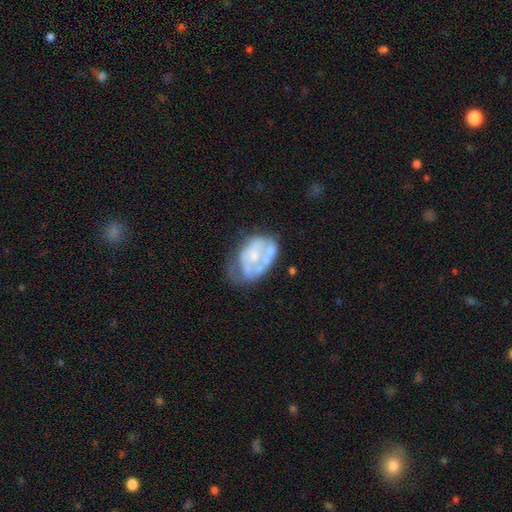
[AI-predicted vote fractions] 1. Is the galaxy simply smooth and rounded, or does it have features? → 61% featured or disk, 32% smooth, 7% star or artifact.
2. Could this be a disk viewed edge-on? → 97% no, 3% yes.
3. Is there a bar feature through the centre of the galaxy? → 82% no, 15% weak, 3% strong.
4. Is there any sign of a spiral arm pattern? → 69% no, 31% yes.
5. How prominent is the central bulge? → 43% small, 34% moderate, 18% none, 3% large, 1% dominant.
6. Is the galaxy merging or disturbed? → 34% none, 31% minor disturbance, 28% major disturbance, 7% merger.